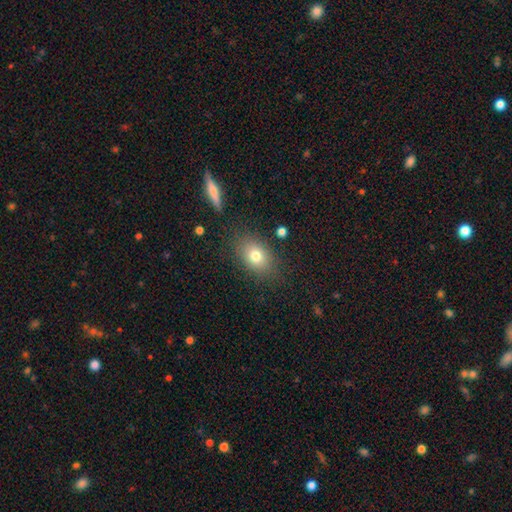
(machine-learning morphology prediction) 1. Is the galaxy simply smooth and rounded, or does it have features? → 78% smooth, 12% featured or disk, 11% star or artifact.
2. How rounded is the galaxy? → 73% in between, 26% round, 2% cigar-shaped.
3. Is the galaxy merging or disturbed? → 81% none, 12% minor disturbance, 4% major disturbance, 2% merger.